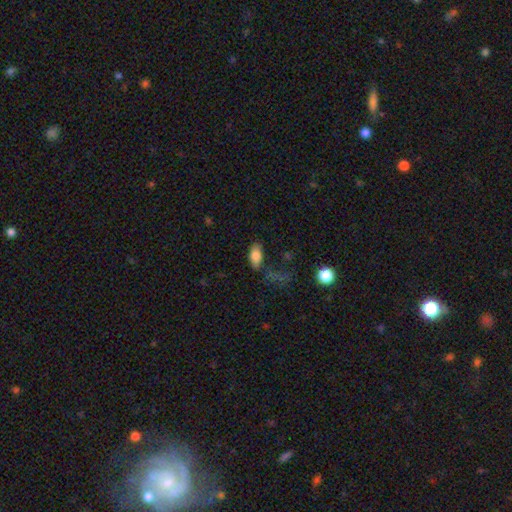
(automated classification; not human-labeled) Morphology: type=smooth (81%); roundness=in between (89%); merging=none (68%).